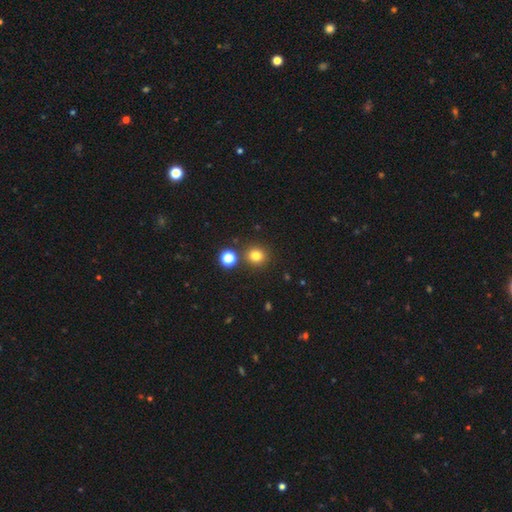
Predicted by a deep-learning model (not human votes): This appears to be a smooth galaxy with no disk features (79%) that is round (89%). Merging: none (84%).